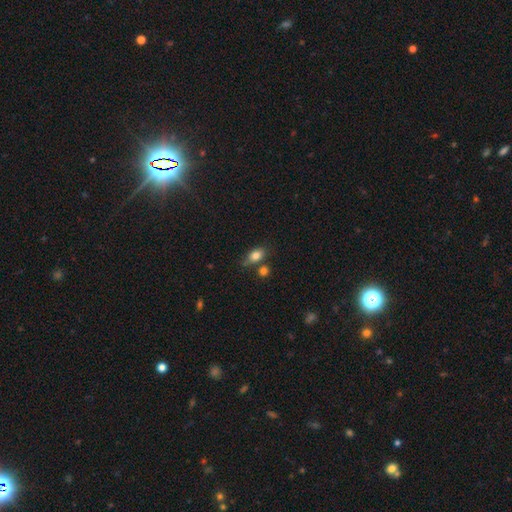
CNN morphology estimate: smooth_or_featured: smooth (p=0.82) [alt: star or artifact p=0.09]
how_rounded: in between (p=0.80) [alt: round p=0.17]
merging: none (p=0.61) [alt: minor disturbance p=0.18]